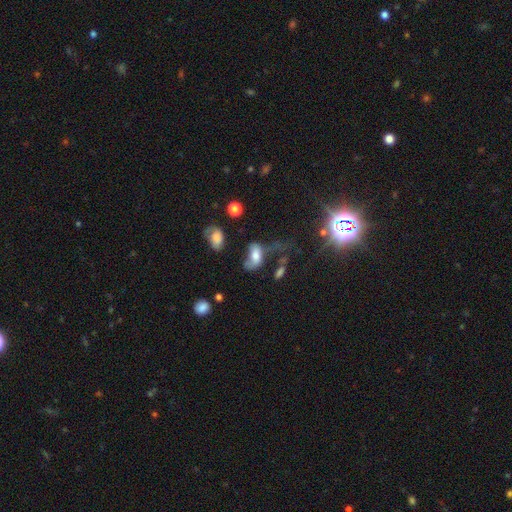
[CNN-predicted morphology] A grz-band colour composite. It shows a smooth galaxy with no disk features (58%) that is in between round and cigar-shaped (89%). Merging: major disturbance (38%).